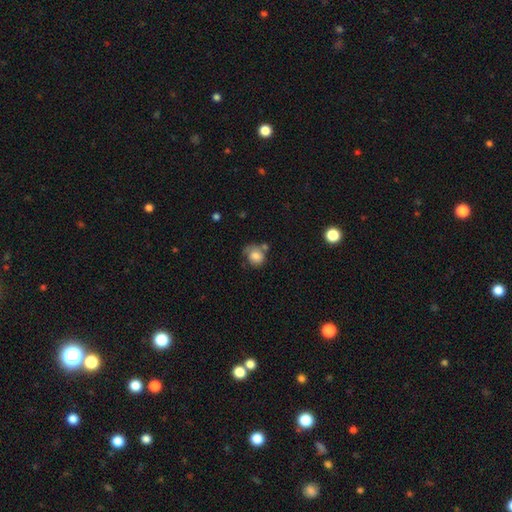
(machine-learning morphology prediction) This is likely a smooth galaxy (74%). How rounded: likely round (67%). Merging: marginally none (43%).